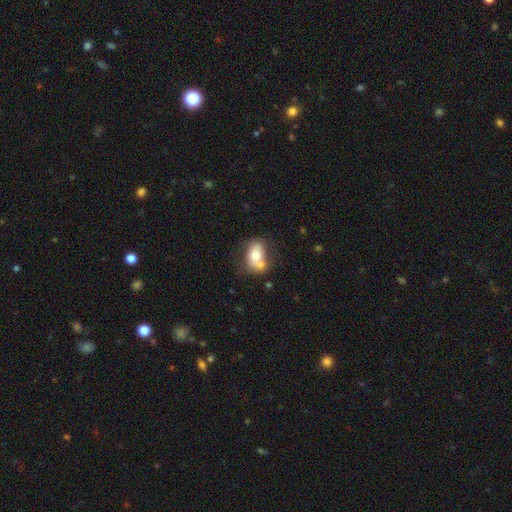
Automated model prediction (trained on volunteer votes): smooth 67%, featured or disk 25%, star or artifact 8%. Down the decision tree: how rounded — in between (80%); merging — merger (38%).